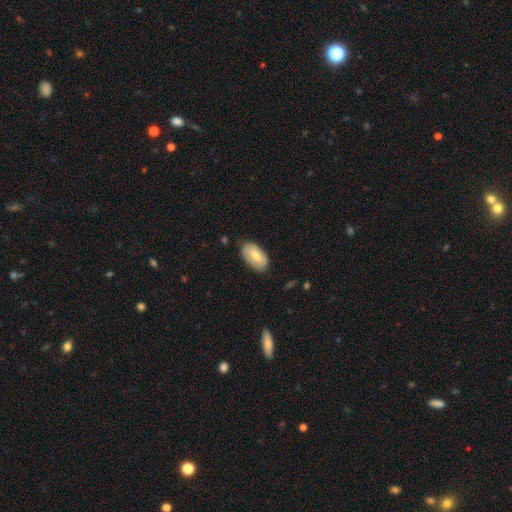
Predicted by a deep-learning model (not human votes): smooth 68%, featured or disk 26%, star or artifact 6%. Down the decision tree: how rounded — in between (94%); merging — none (77%).